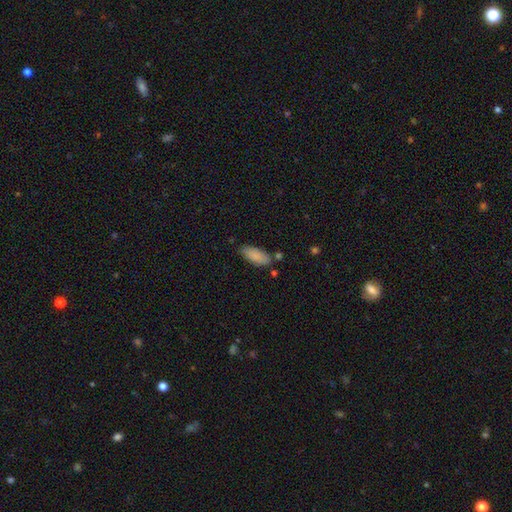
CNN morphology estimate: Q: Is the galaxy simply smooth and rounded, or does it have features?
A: smooth — 86%.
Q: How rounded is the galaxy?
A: in between — 82%.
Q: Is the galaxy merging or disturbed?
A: none — 74%.